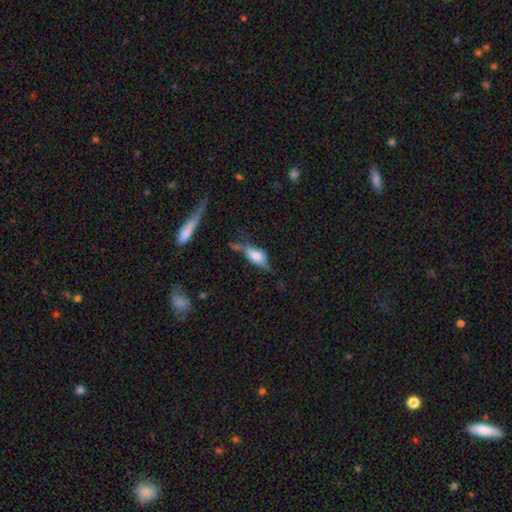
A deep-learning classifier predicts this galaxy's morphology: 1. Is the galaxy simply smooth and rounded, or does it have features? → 53% featured or disk, 38% smooth, 9% star or artifact.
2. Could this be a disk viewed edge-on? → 81% yes, 19% no.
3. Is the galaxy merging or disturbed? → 44% none, 27% minor disturbance, 20% major disturbance, 9% merger.